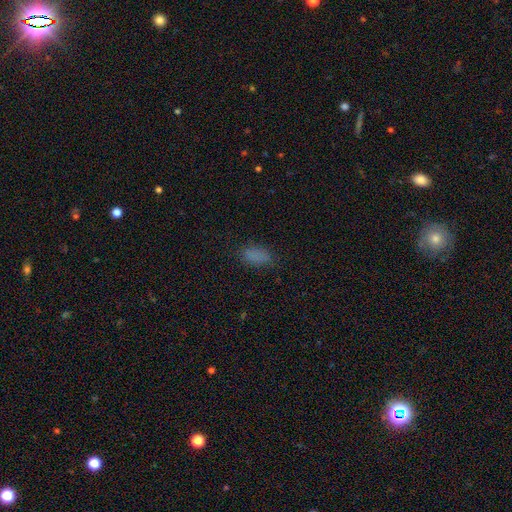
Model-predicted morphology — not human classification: type=smooth (82%); roundness=in between (88%); merging=none (78%).